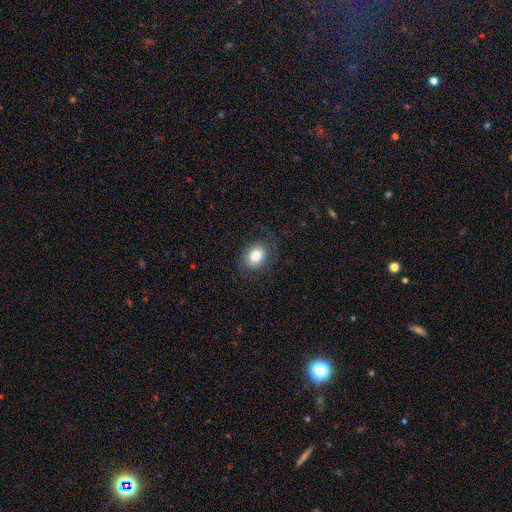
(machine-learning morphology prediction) Smooth or featured? Predicted: smooth (p=0.82). How rounded? Predicted: in between (p=0.66). Merging? Predicted: none (p=0.80).